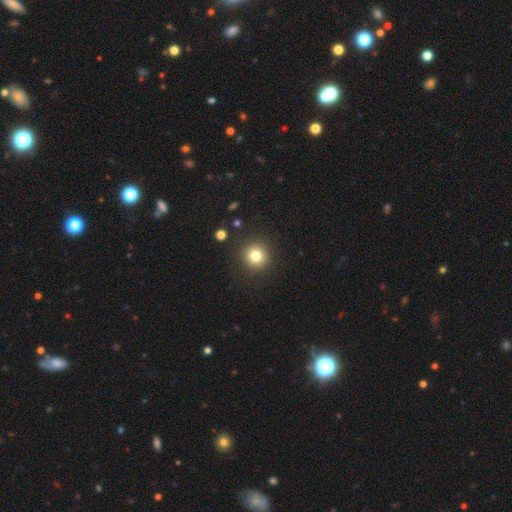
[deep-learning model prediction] A smooth galaxy with no disk features (80%) that is round (94%). Merging: none (90%).